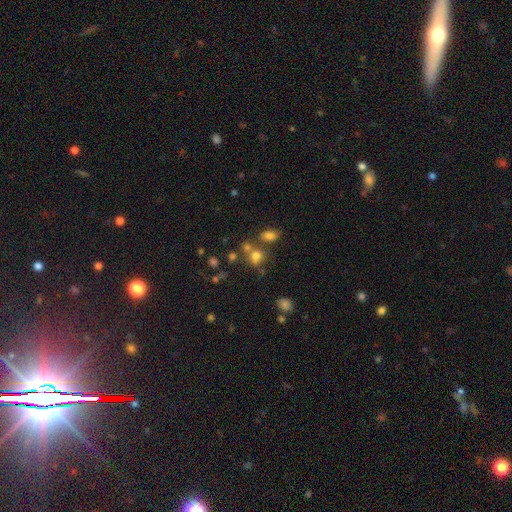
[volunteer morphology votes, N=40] A smooth galaxy with no disk features (68%) that is round (70%). Merging: none (46%).